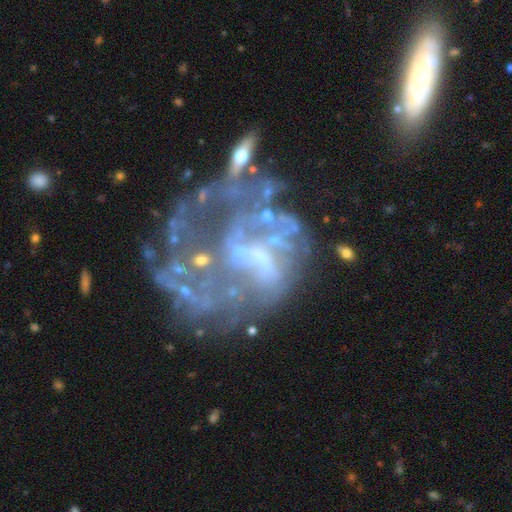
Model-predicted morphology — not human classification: Q: Smooth or featured?
A: featured or disk (77%); runner-up: star or artifact (13%)
Q: Edge-on disk?
A: no (98%); runner-up: yes (2%)
Q: Bar?
A: no (58%); runner-up: weak (30%)
Q: Spiral arms?
A: no (56%); runner-up: yes (44%)
Q: Bulge size?
A: none (59%); runner-up: small (24%)
Q: Merging?
A: major disturbance (41%); runner-up: none (29%)